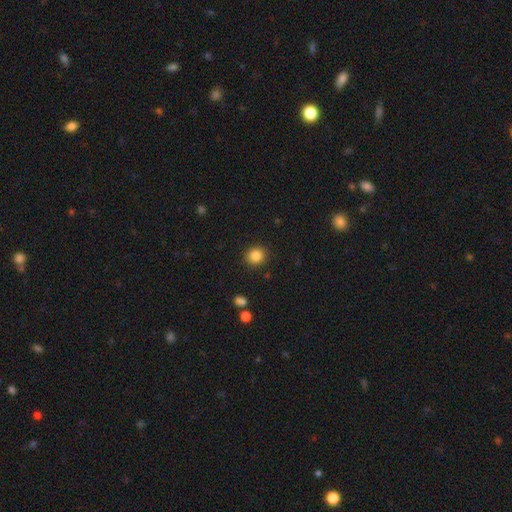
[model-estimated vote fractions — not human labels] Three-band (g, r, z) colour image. It shows a smooth galaxy with no disk features (85%) that is round (83%). Merging: none (90%).